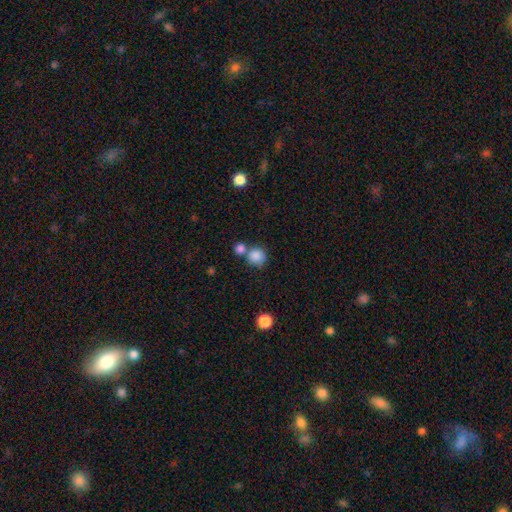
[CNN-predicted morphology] Q: Smooth or featured?
A: smooth (85%); runner-up: star or artifact (10%)
Q: How rounded?
A: round (89%); runner-up: in between (10%)
Q: Merging?
A: none (55%); runner-up: merger (32%)